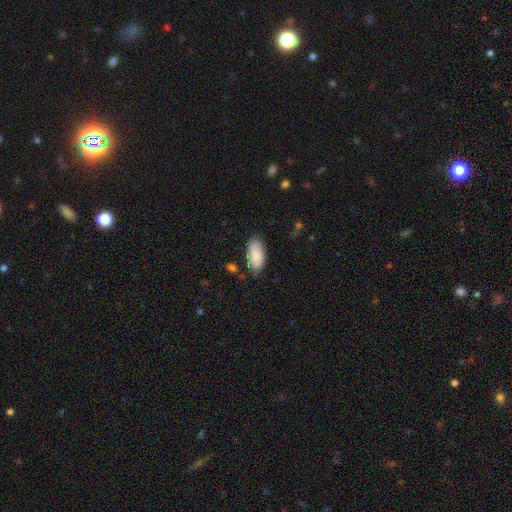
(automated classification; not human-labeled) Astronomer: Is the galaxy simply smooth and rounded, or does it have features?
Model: smooth — 89%.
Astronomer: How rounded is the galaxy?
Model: in between — 94%.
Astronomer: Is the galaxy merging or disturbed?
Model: none — 77%.